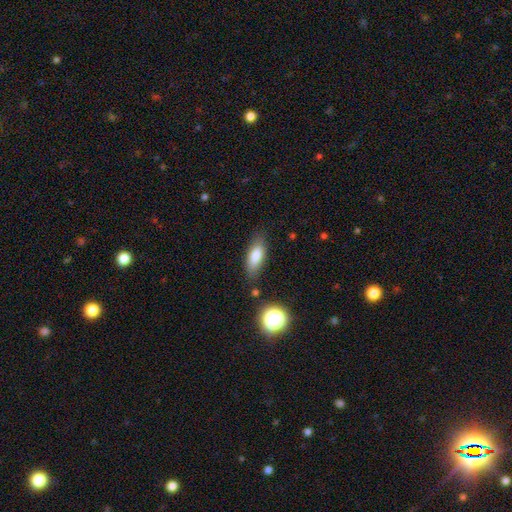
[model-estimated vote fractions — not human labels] smooth_or_featured: smooth (p=0.79) [alt: featured or disk p=0.12]
how_rounded: in between (p=0.71) [alt: cigar-shaped p=0.26]
merging: none (p=0.78) [alt: minor disturbance p=0.15]